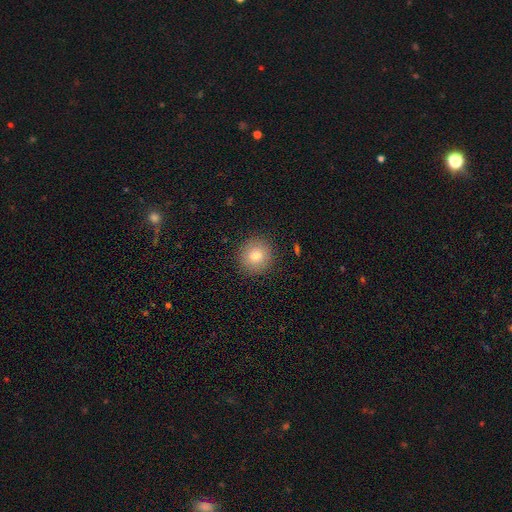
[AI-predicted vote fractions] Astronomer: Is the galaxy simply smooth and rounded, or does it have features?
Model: smooth — 81%.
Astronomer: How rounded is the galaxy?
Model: round — 93%.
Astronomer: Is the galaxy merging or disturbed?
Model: none — 91%.